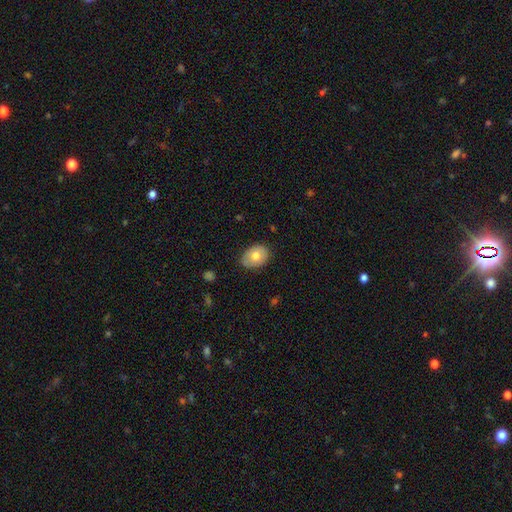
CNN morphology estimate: smooth-or-featured: smooth: 74% | featured or disk: 19% | star or artifact: 7%
  how-rounded: in between: 71% | round: 28% | cigar-shaped: 1%
  merging: none: 77% | minor disturbance: 19% | major disturbance: 3% | merger: 1%